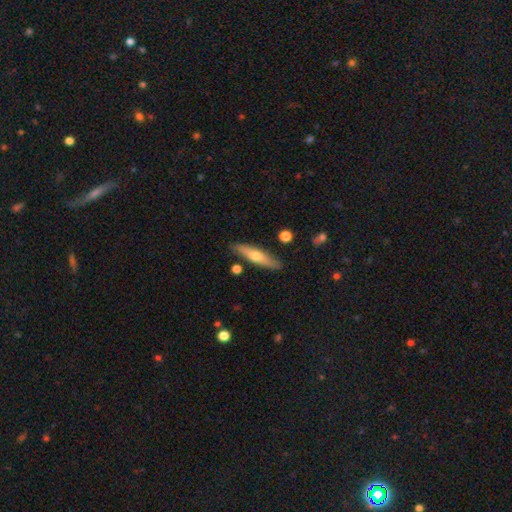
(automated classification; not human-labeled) Overall: smooth (51%; featured or disk 44%). How rounded: cigar-shaped (78%). Merging: none (85%).